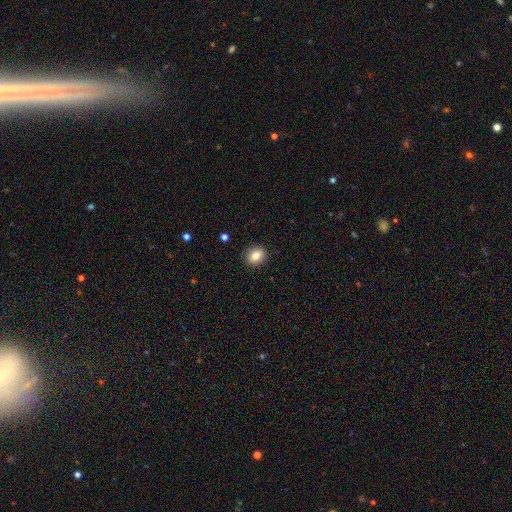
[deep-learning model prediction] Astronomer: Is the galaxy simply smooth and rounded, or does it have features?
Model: smooth — 83%.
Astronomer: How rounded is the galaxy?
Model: round — 63%.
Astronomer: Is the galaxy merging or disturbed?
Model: none — 90%.